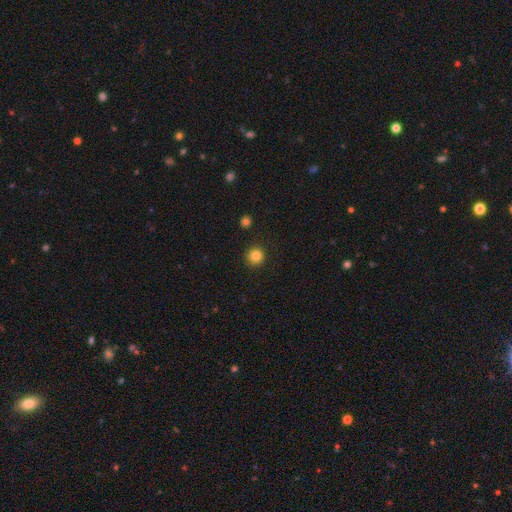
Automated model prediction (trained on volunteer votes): Smooth or featured: smooth — 84% (star or artifact — 11%)
How rounded: round — 94% (in between — 5%)
Merging: none — 91% (minor disturbance — 5%)